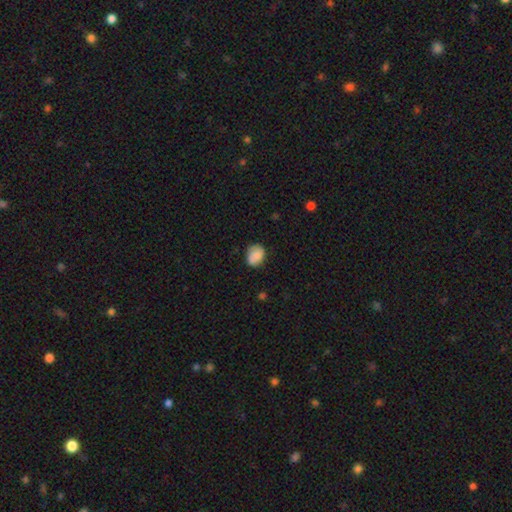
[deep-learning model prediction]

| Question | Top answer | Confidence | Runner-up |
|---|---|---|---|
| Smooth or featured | smooth | 83% | featured or disk (9%) |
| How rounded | round | 50% | in between (49%) |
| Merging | none | 72% | minor disturbance (21%) |